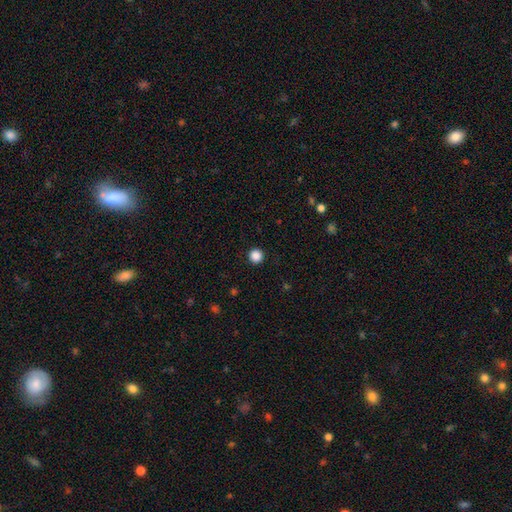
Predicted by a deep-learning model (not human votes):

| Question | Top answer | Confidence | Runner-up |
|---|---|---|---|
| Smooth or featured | smooth | 87% | star or artifact (10%) |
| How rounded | round | 96% | in between (3%) |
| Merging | none | 93% | minor disturbance (4%) |